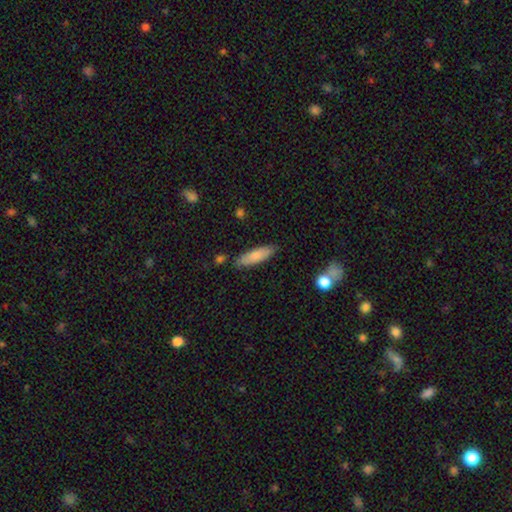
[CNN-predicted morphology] Q: Smooth or featured?
A: smooth (79%); runner-up: featured or disk (15%)
Q: How rounded?
A: cigar-shaped (54%); runner-up: in between (45%)
Q: Merging?
A: none (81%); runner-up: minor disturbance (14%)